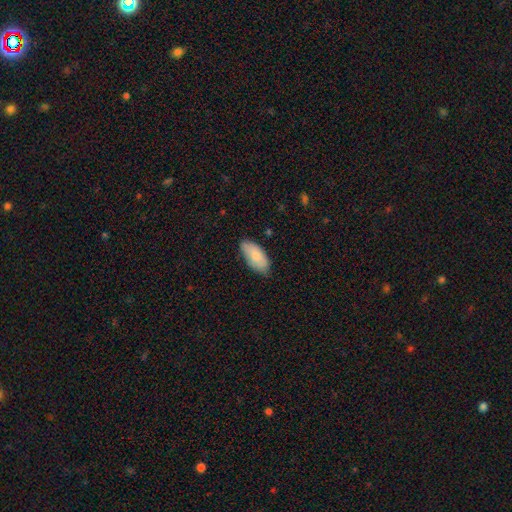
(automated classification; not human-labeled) A smooth galaxy with no disk features (83%) that is in between round and cigar-shaped (92%). Merging: none (73%).